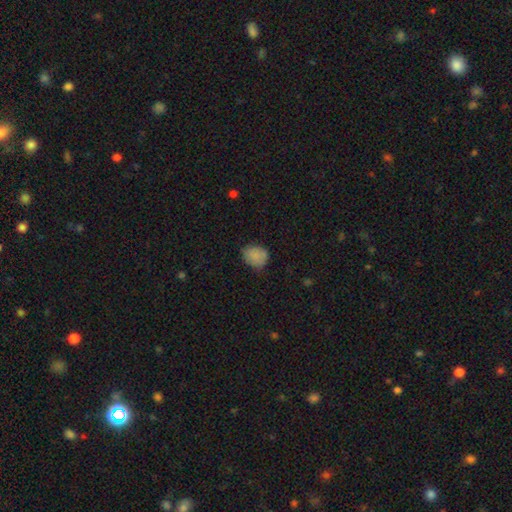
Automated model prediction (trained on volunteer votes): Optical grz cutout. It shows a smooth galaxy with no disk features (82%) that is round (55%). Merging: none (68%).